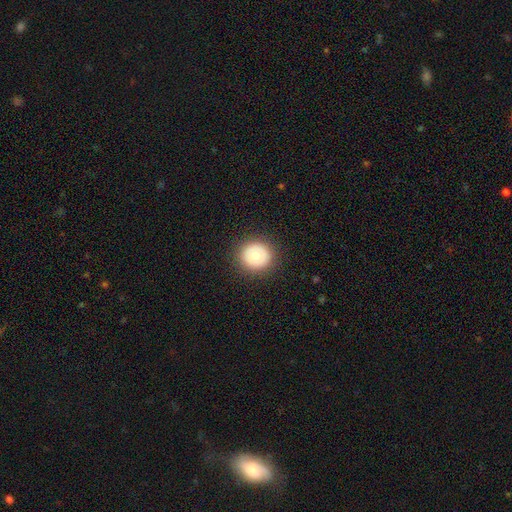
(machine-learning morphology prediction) Smooth or featured? smooth (67%)
How rounded? round (93%)
Merging? none (90%)